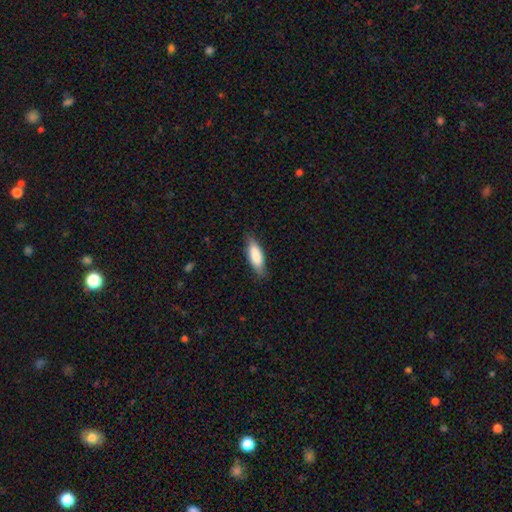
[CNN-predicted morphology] type=smooth (78%); roundness=in between (58%); merging=none (81%).